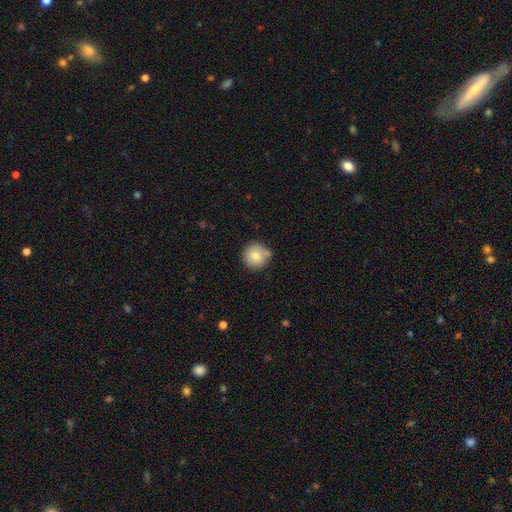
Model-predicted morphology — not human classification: smooth_or_featured: smooth (p=0.80) [alt: featured or disk p=0.11]
how_rounded: round (p=0.94) [alt: in between p=0.05]
merging: none (p=0.70) [alt: minor disturbance p=0.17]